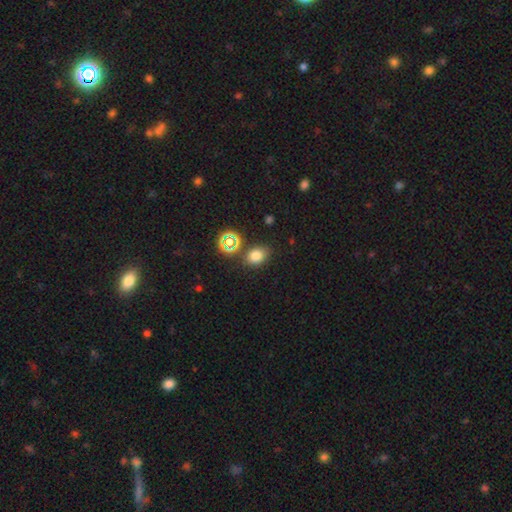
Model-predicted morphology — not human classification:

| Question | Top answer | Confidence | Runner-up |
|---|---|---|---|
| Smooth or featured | smooth | 73% | star or artifact (20%) |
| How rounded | in between | 57% | round (42%) |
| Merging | none | 77% | minor disturbance (12%) |